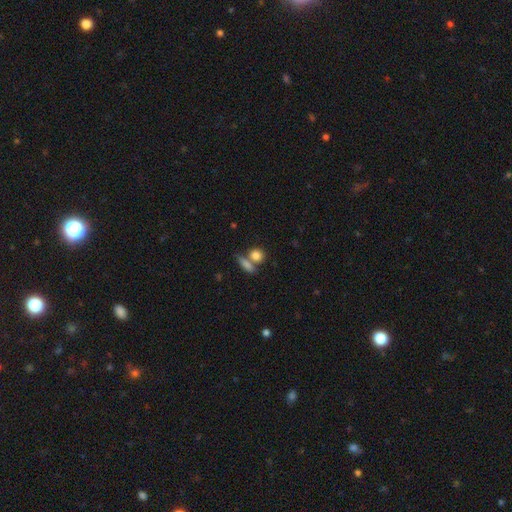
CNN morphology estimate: This is clearly a smooth galaxy (83%). How rounded: possibly round (56%). Merging: possibly none (51%).